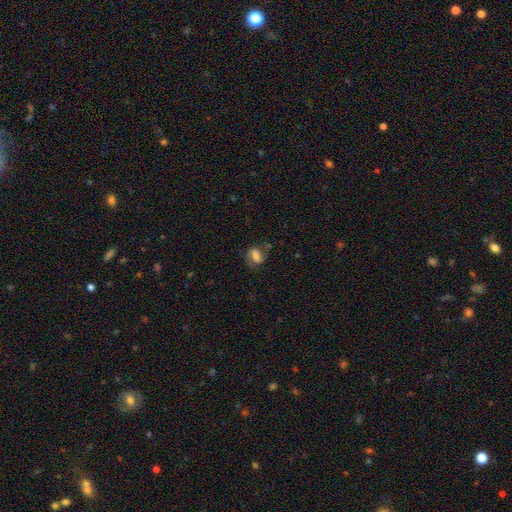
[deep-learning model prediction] A smooth galaxy with no disk features (57%) that is in between round and cigar-shaped (71%). Merging: none (61%).